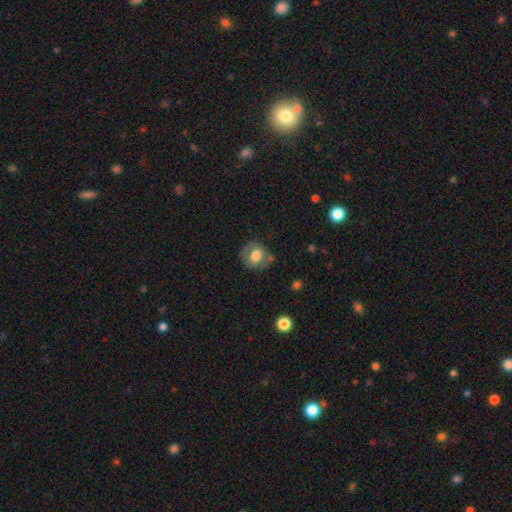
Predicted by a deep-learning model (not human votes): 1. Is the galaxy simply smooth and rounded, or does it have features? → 63% smooth, 29% featured or disk, 8% star or artifact.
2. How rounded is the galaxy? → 73% round, 26% in between, 1% cigar-shaped.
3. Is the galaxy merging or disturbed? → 71% none, 19% minor disturbance, 7% major disturbance, 3% merger.